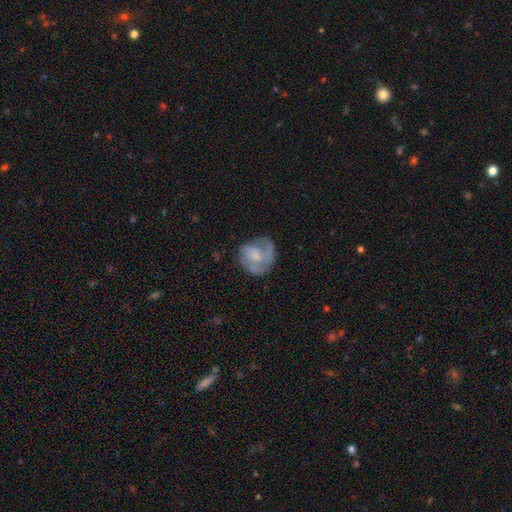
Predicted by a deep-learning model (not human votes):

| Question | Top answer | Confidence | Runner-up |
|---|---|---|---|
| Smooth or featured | featured or disk | 51% | smooth (42%) |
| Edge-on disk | no | 98% | yes (2%) |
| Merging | none | 55% | minor disturbance (25%) |